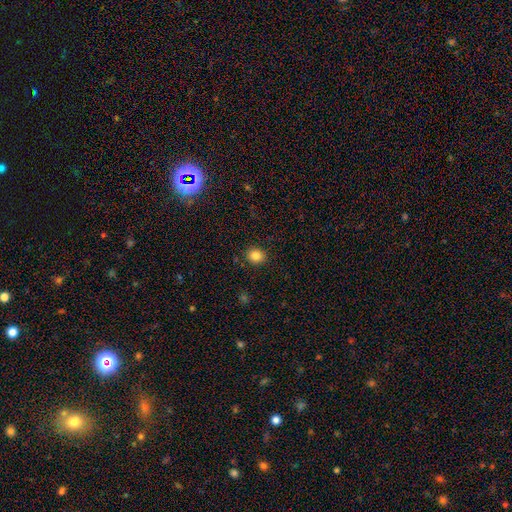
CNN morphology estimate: smooth-or-featured: smooth: 83% | star or artifact: 11% | featured or disk: 5%
  how-rounded: round: 74% | in between: 25% | cigar-shaped: 1%
  merging: none: 89% | minor disturbance: 7% | major disturbance: 2% | merger: 1%